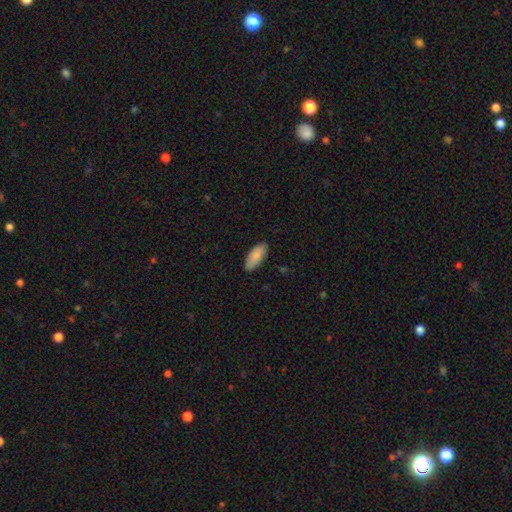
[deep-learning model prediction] Smooth or featured? Predicted: smooth (p=0.87). How rounded? Predicted: in between (p=0.85). Merging? Predicted: none (p=0.85).